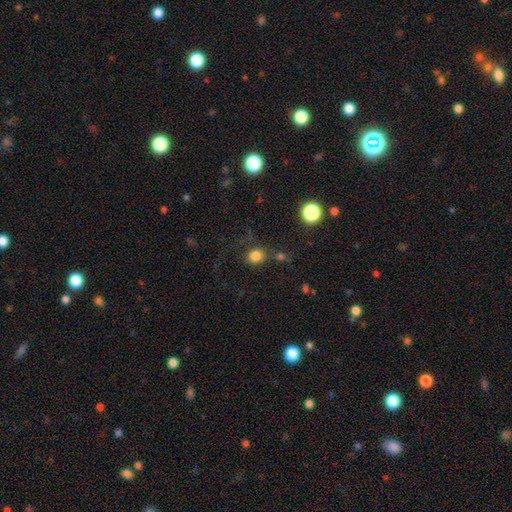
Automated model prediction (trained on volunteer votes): Morphology: type=smooth (80%); roundness=round (78%); merging=none (72%).